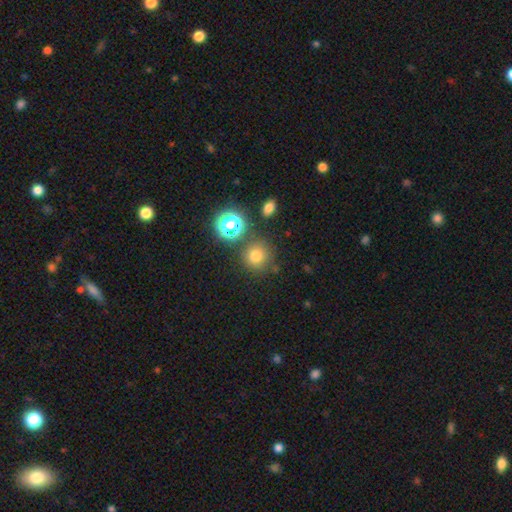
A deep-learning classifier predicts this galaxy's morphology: Q: Smooth or featured?
A: smooth (72%); runner-up: star or artifact (20%)
Q: How rounded?
A: round (91%); runner-up: in between (8%)
Q: Merging?
A: none (78%); runner-up: minor disturbance (9%)